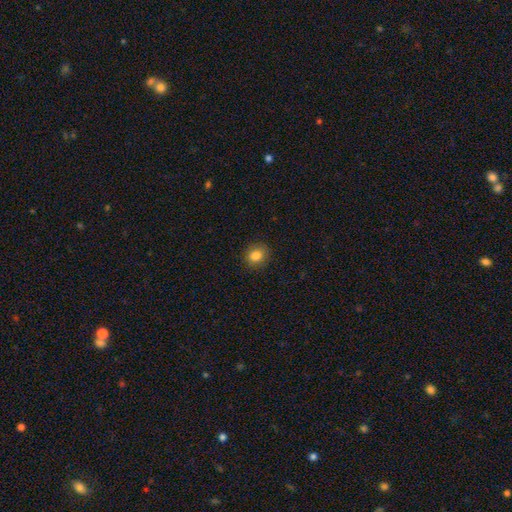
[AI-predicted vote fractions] A smooth galaxy with no disk features (83%) that is round (72%). Merging: none (88%).